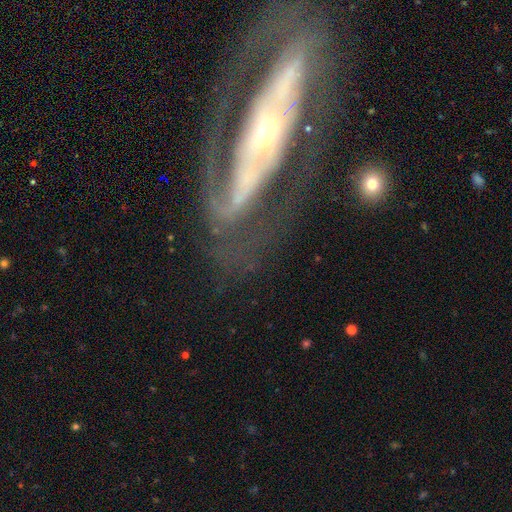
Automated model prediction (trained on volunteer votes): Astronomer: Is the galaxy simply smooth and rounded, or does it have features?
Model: featured or disk — 83%.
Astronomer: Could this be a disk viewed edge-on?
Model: no — 87%.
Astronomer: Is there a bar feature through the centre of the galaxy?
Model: no — 43% (runner-up: strong, 34%).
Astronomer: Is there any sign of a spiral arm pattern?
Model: yes — 83%.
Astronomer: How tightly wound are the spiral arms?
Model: medium — 42% (runner-up: tight, 37%).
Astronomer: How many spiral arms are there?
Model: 2 — 70%.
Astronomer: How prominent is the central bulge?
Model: small — 55% (runner-up: moderate, 37%).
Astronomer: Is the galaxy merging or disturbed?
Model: none — 53%.